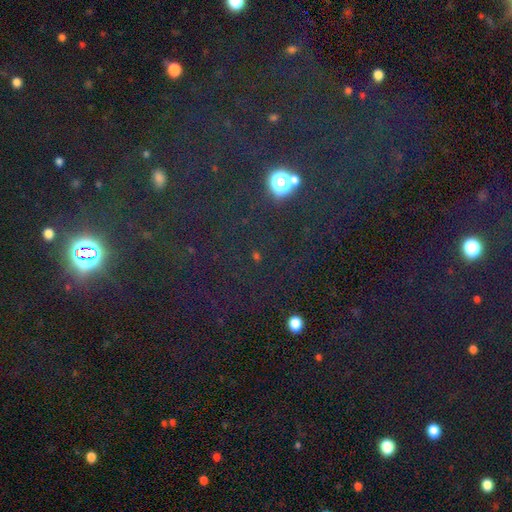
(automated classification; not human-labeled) Overall: star or artifact (76%).